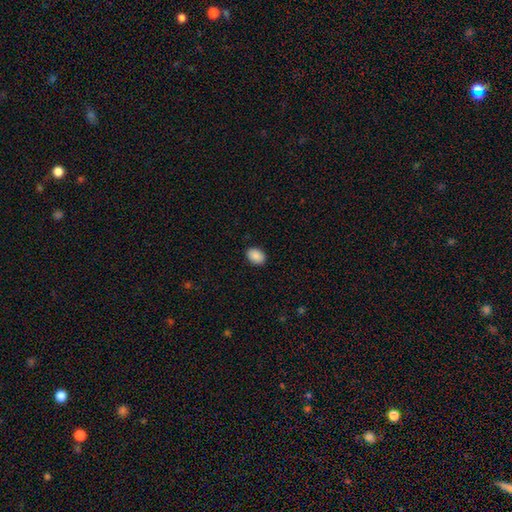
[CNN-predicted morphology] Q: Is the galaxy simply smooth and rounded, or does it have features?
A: smooth — 90%.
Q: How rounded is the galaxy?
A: in between — 80%.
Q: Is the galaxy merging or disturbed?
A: none — 90%.